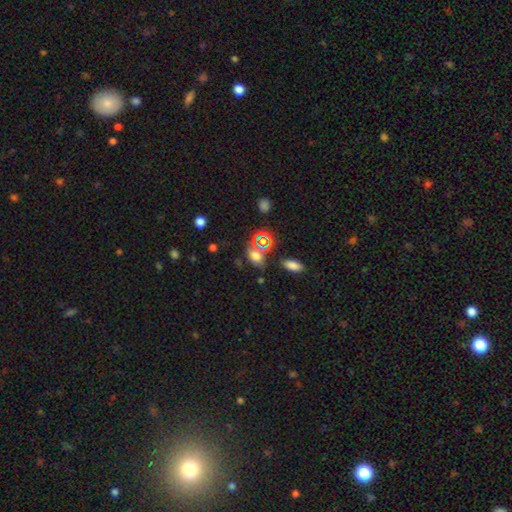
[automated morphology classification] The model was most divided on "smooth or featured": smooth: 62%, star or artifact: 28%, featured or disk: 9%. More confident: how rounded — in between (71%); merging — none (64%).